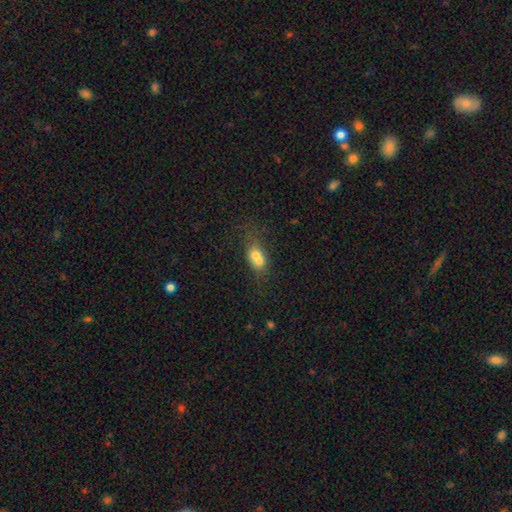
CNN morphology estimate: Overall: smooth (65%). How rounded: in between (60%; round 35%). Merging: merger (59%; none 27%).